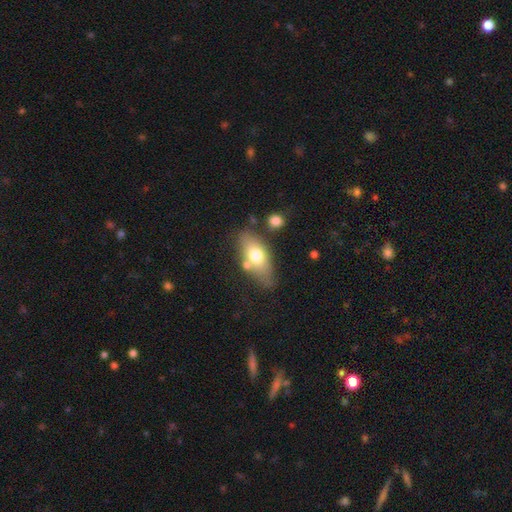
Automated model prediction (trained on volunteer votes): This appears to be a smooth galaxy with no disk features (67%) that is in between round and cigar-shaped (84%). Merging: none (65%).